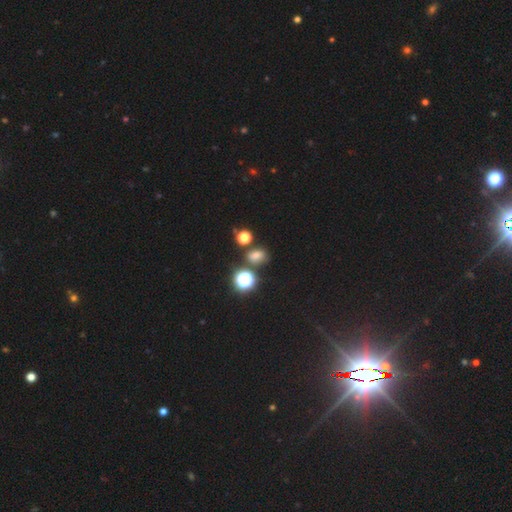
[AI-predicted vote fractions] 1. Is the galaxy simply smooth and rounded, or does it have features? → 61% smooth, 30% star or artifact, 9% featured or disk.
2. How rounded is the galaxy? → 54% in between, 45% round, 1% cigar-shaped.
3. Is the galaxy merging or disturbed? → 72% none, 13% minor disturbance, 10% merger, 5% major disturbance.